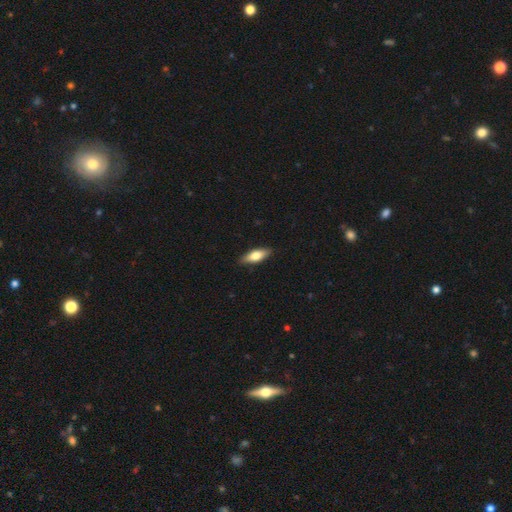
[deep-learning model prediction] smooth_or_featured: smooth (p=0.71) [alt: featured or disk p=0.24]
how_rounded: in between (p=0.66) [alt: cigar-shaped p=0.31]
merging: none (p=0.87) [alt: minor disturbance p=0.10]